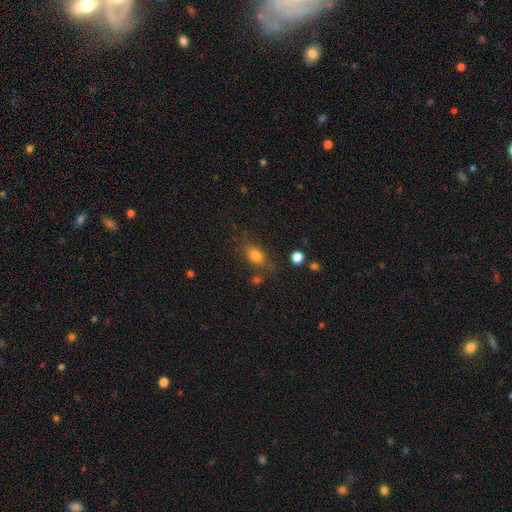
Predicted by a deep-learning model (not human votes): A smooth galaxy with no disk features (79%) that is in between round and cigar-shaped (78%).

Vote fractions:
- Smooth or featured? smooth: 79% / featured or disk: 11% / star or artifact: 10%
- How rounded? in between: 78% / round: 16% / cigar-shaped: 5%
- Merging? none: 70% / minor disturbance: 18% / major disturbance: 7% / merger: 6%